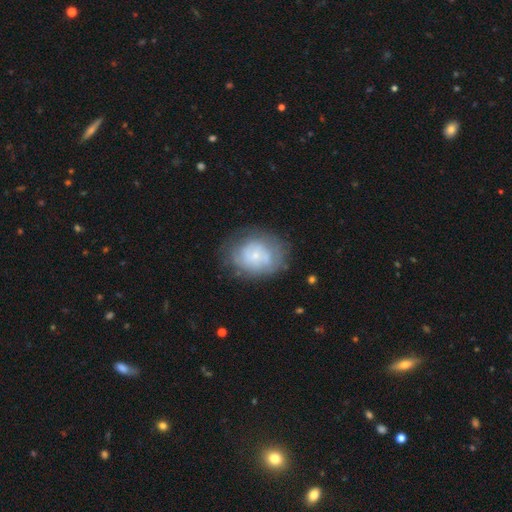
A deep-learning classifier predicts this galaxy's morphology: This is possibly a featured or disk galaxy (50%). It is clearly not viewed edge-on (97%). Merging: likely none (64%).